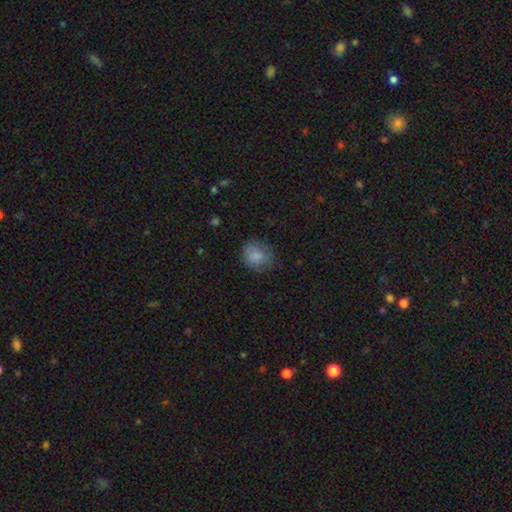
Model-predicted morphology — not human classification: type=smooth (81%); roundness=round (72%); merging=none (69%).